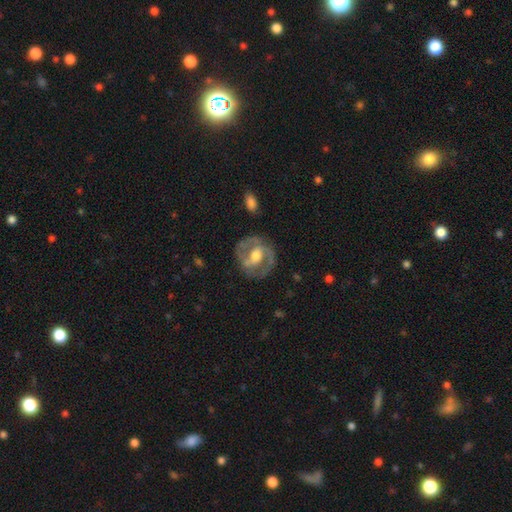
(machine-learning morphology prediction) Smooth or featured: featured or disk — 73% (smooth — 21%)
Edge-on disk: no — 96% (yes — 4%)
Bar: weak — 41% (no — 31%)
Spiral arms: yes — 71% (no — 29%)
Spiral winding: medium — 47% (tight — 36%)
Spiral arm count: 2 — 82% (can't tell — 10%)
Bulge size: moderate — 62% (large — 22%)
Merging: none — 77% (minor disturbance — 14%)